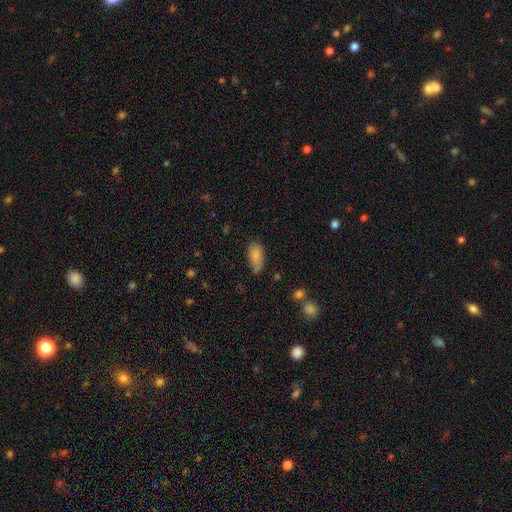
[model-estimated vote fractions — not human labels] A smooth galaxy with no disk features (83%) that is in between round and cigar-shaped (91%).

Vote fractions:
- Smooth or featured? smooth: 83% / featured or disk: 9% / star or artifact: 8%
- How rounded? in between: 91% / cigar-shaped: 6% / round: 3%
- Merging? none: 53% / minor disturbance: 35% / major disturbance: 9% / merger: 3%